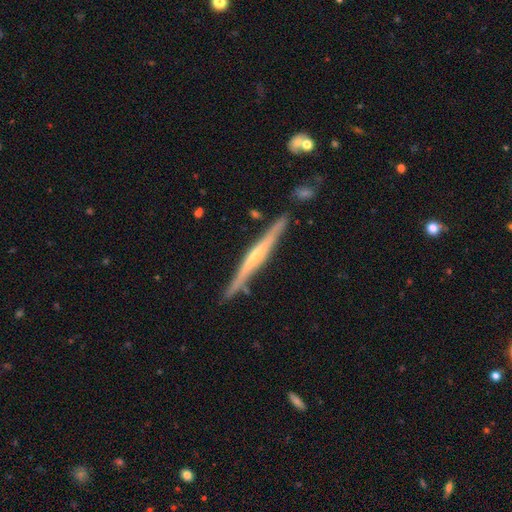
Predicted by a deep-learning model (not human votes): smooth_or_featured: featured or disk (p=0.74) [alt: smooth p=0.21]
disk_edge_on: yes (p=0.97) [alt: no p=0.03]
edge_on_bulge: rounded (p=0.48) [alt: none p=0.43]
merging: none (p=0.84) [alt: minor disturbance p=0.11]